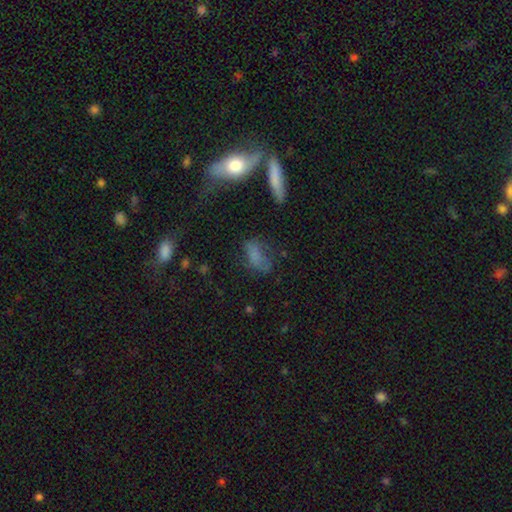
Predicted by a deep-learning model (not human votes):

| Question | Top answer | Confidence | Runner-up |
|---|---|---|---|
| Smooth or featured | smooth | 66% | featured or disk (19%) |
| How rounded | in between | 78% | cigar-shaped (12%) |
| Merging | none | 47% | minor disturbance (26%) |